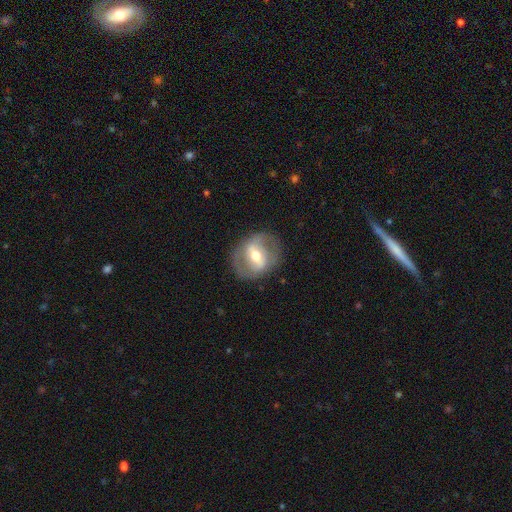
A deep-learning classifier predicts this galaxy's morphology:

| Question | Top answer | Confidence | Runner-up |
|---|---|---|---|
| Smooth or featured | featured or disk | 65% | smooth (28%) |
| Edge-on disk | no | 93% | yes (7%) |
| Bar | strong | 45% | weak (37%) |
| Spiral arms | no | 53% | yes (47%) |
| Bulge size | moderate | 69% | small (18%) |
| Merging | none | 77% | minor disturbance (14%) |